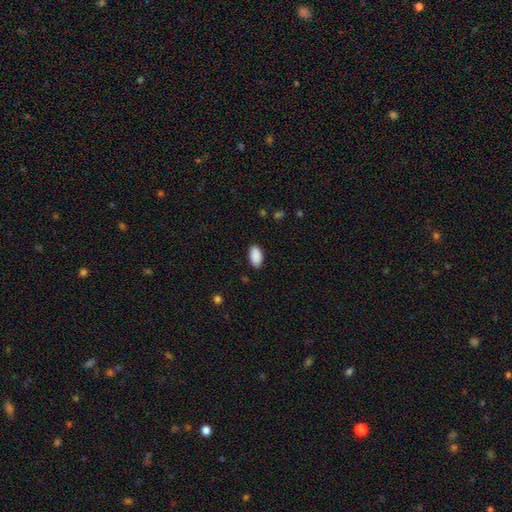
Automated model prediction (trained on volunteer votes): This is clearly a smooth galaxy (90%). How rounded: clearly in between (95%). Merging: clearly none (86%).